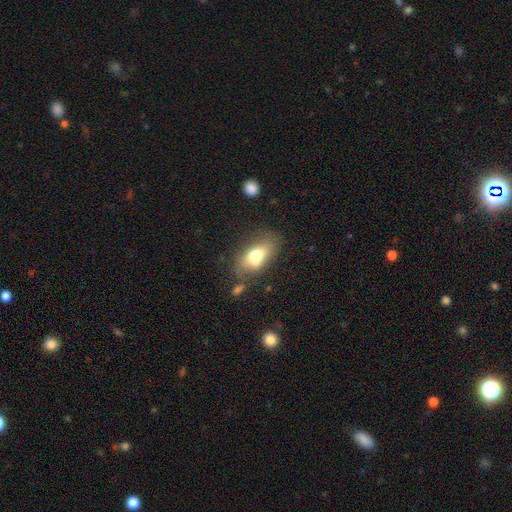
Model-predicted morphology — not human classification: A smooth galaxy with no disk features (70%) that is in between round and cigar-shaped (87%). Merging: none (59%).